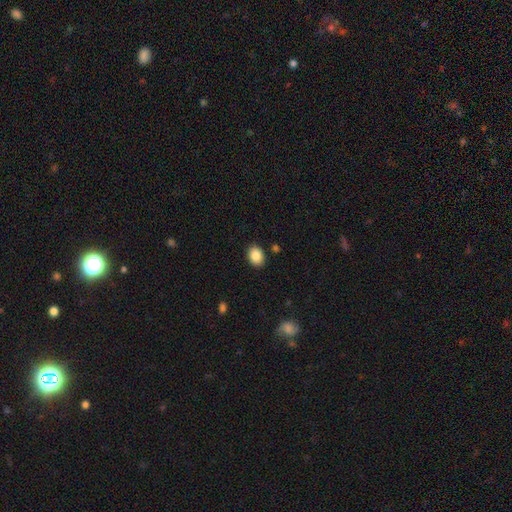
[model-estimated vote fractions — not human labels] A smooth galaxy with no disk features (87%) that is in between round and cigar-shaped (69%). Merging: none (89%).